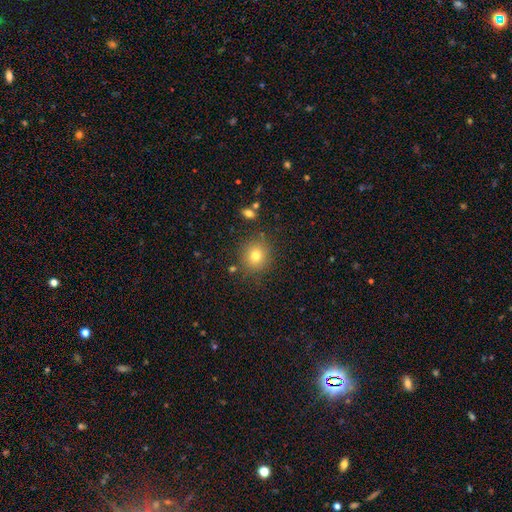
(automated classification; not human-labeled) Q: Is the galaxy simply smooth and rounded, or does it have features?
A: smooth — 76%.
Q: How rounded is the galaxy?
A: round — 87%.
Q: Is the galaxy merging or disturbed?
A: none — 83%.